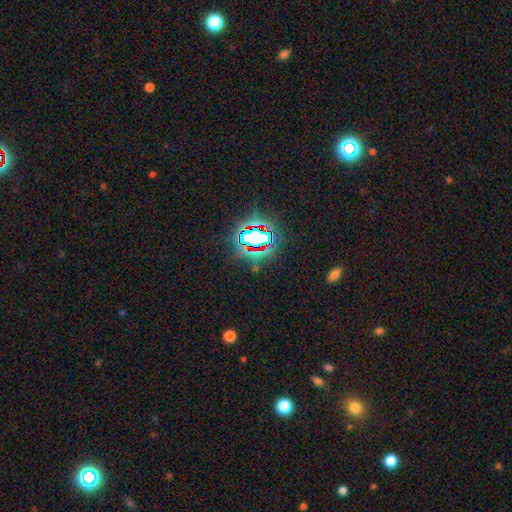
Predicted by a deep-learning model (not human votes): This appears to be a star or artifact, not a galaxy (81%).